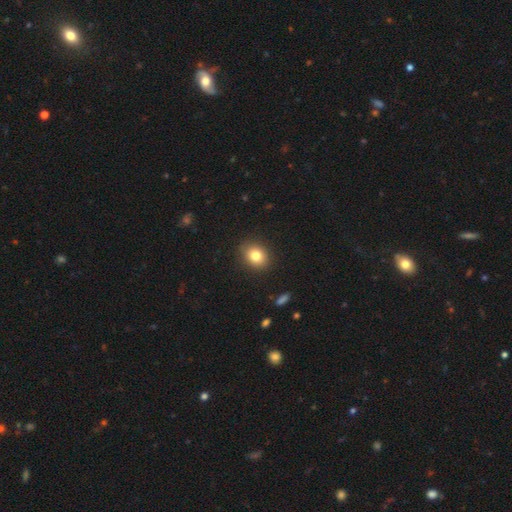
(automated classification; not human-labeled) This appears to be a smooth galaxy with no disk features (81%) that is round (57%). Merging: none (89%).